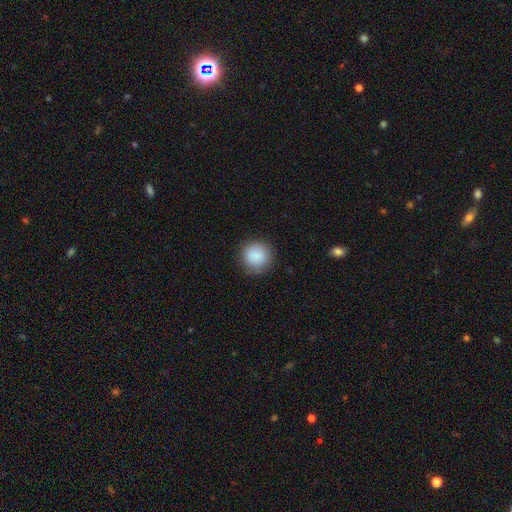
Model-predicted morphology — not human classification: Q: Smooth or featured?
A: smooth (88%); runner-up: star or artifact (8%)
Q: How rounded?
A: round (92%); runner-up: in between (7%)
Q: Merging?
A: none (87%); runner-up: minor disturbance (9%)